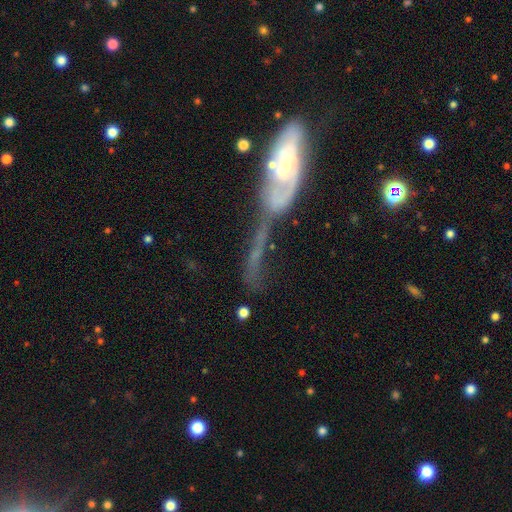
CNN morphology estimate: This appears to be a featured or disk galaxy (63%). Merging: merger (35%).